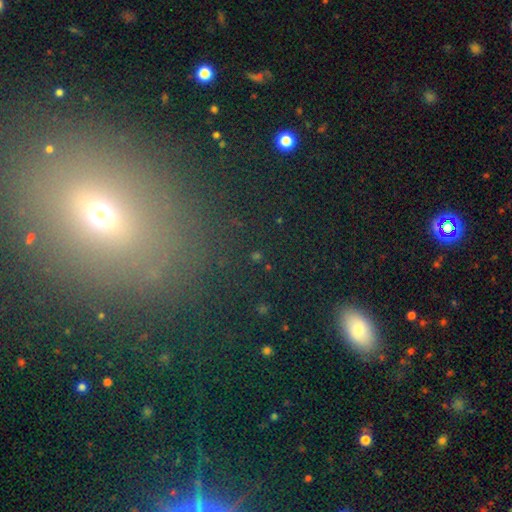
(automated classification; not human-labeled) Q: Smooth or featured?
A: star or artifact (48%); runner-up: smooth (38%)